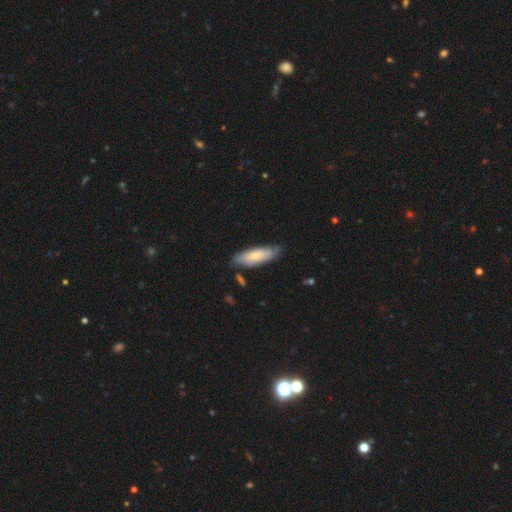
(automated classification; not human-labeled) The model was most divided on "how rounded": in between: 60%, cigar-shaped: 38%, round: 2%. More confident: merging — none (74%); smooth or featured — smooth (65%).